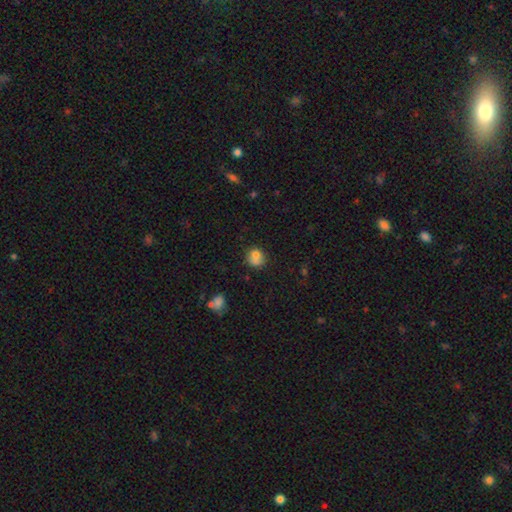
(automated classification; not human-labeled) Smooth or featured? smooth (73%)
How rounded? round (72%)
Merging? none (44%)